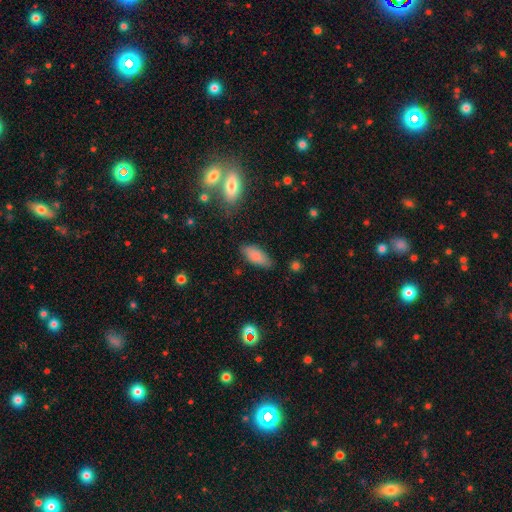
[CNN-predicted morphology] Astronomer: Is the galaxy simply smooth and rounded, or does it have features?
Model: smooth — 85%.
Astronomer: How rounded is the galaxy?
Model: in between — 80%.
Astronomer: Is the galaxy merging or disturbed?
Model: none — 79%.